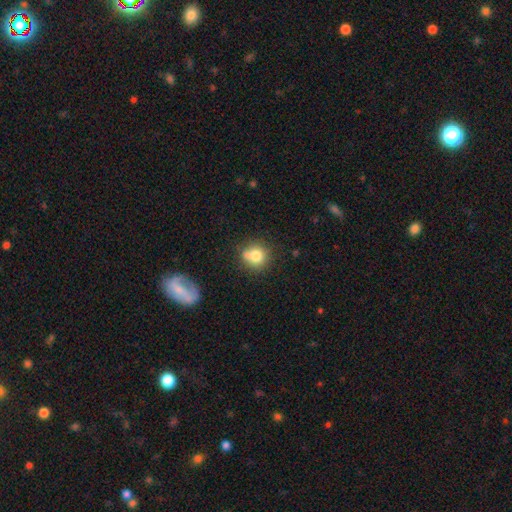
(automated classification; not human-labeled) Smooth or featured?
  - smooth: 76% *
  - featured or disk: 13%
  - star or artifact: 11%
How rounded?
  - round: 86% *
  - in between: 13%
  - cigar-shaped: 1%
Merging?
  - none: 59% *
  - merger: 21%
  - minor disturbance: 15%
  - major disturbance: 5%